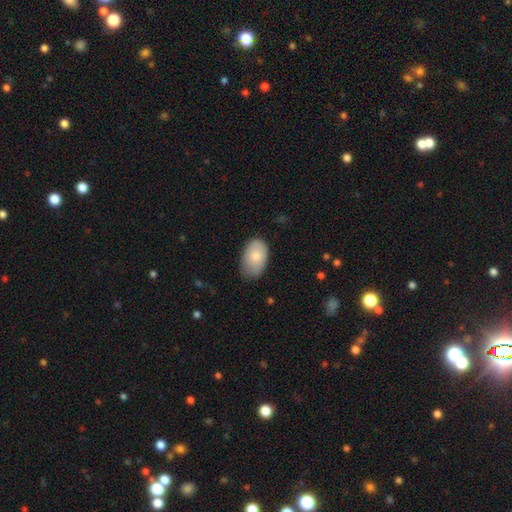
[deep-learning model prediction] Smooth or featured? Predicted: smooth (p=0.81). How rounded? Predicted: in between (p=0.91). Merging? Predicted: none (p=0.68).